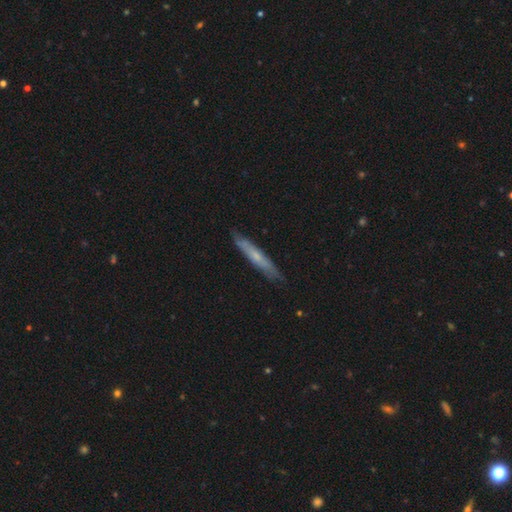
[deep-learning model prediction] smooth_or_featured: featured or disk (p=0.49) [alt: smooth p=0.45]
merging: none (p=0.84) [alt: minor disturbance p=0.13]